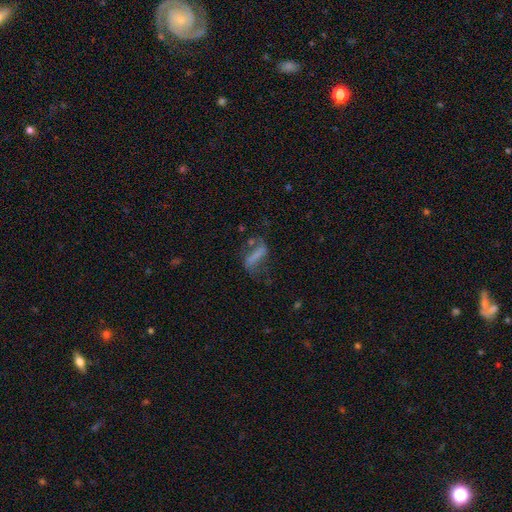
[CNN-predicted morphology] smooth-or-featured: featured or disk: 45% | smooth: 42% | star or artifact: 13%
  merging: none: 42% | major disturbance: 28% | minor disturbance: 23% | merger: 7%